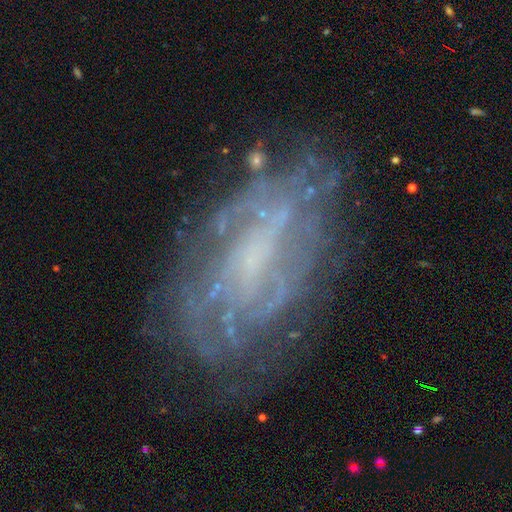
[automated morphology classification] Smooth or featured? Predicted: featured or disk (p=0.76). Edge-on disk? Predicted: no (p=0.94). Bar? Predicted: no (p=0.50). Spiral arms? Predicted: yes (p=0.75). Spiral winding? Predicted: tight (p=0.55). Spiral arm count? Predicted: can't tell (p=0.61). Bulge size? Predicted: none (p=0.43). Merging? Predicted: none (p=0.70).